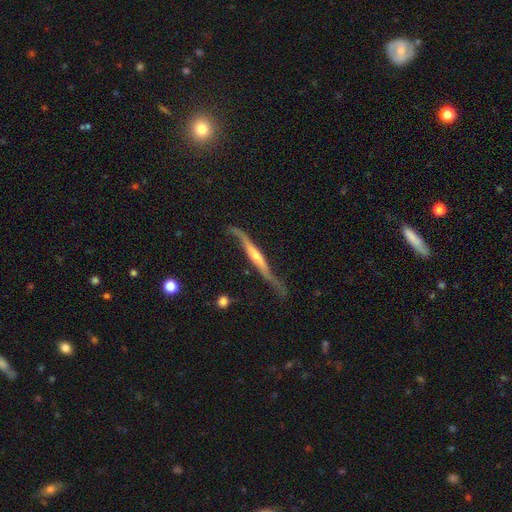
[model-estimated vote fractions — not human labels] Smooth or featured? featured or disk (82%)
Edge-on disk? yes (83%)
Edge-on bulge? rounded (66%)
Merging? none (58%)